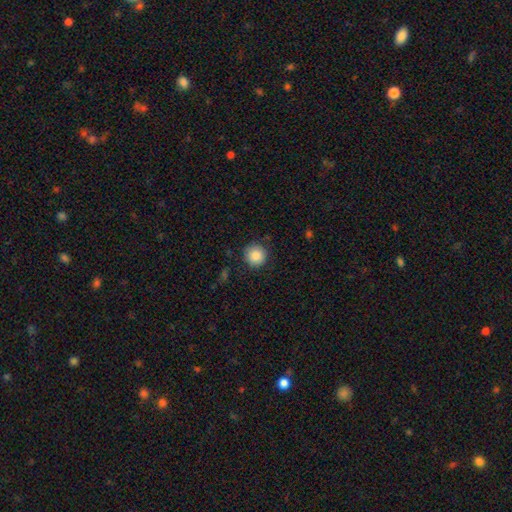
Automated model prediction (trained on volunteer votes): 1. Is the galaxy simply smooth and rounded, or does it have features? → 87% smooth, 9% star or artifact, 4% featured or disk.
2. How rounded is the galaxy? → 95% round, 4% in between, 1% cigar-shaped.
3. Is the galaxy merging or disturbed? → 87% none, 10% minor disturbance, 3% major disturbance, 1% merger.